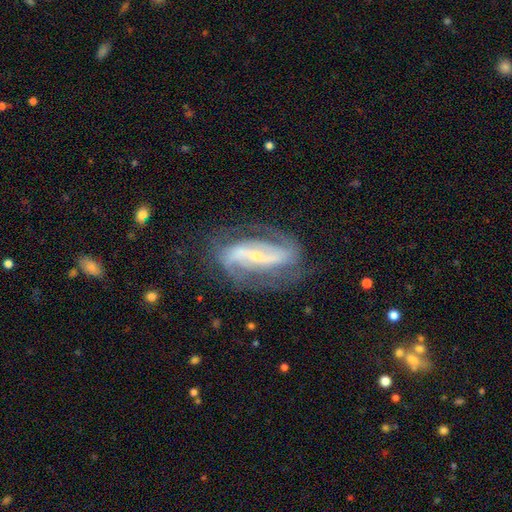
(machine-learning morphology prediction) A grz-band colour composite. It shows a featured or disk galaxy (88%) with a strong bar (62%), 2 (83%) medium (46%) spiral arms (96%) and a small central bulge (74%). Merging: none (73%).